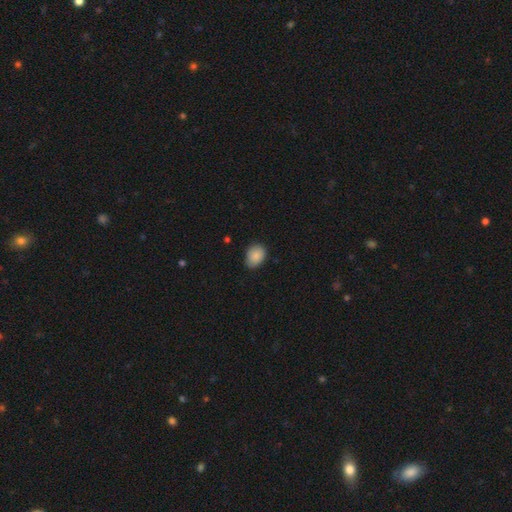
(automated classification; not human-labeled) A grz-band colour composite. It shows a smooth galaxy with no disk features (88%) that is in between round and cigar-shaped (66%). Merging: none (77%).